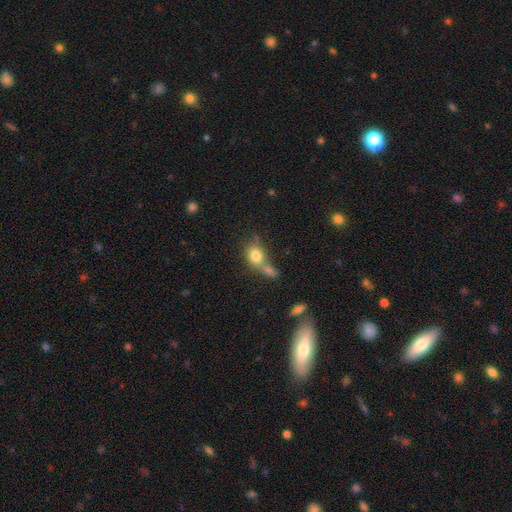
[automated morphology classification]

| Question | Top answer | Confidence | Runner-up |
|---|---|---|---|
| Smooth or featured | smooth | 79% | featured or disk (12%) |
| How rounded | round | 52% | in between (46%) |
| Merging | merger | 45% | none (36%) |